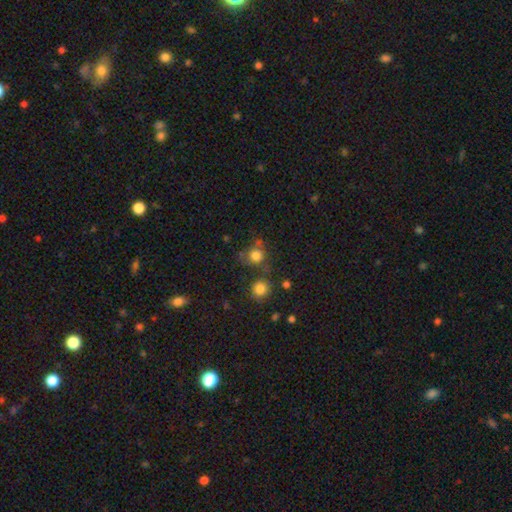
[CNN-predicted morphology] Smooth or featured: smooth — 79% (star or artifact — 14%)
How rounded: round — 88% (in between — 11%)
Merging: none — 65% (merger — 15%)